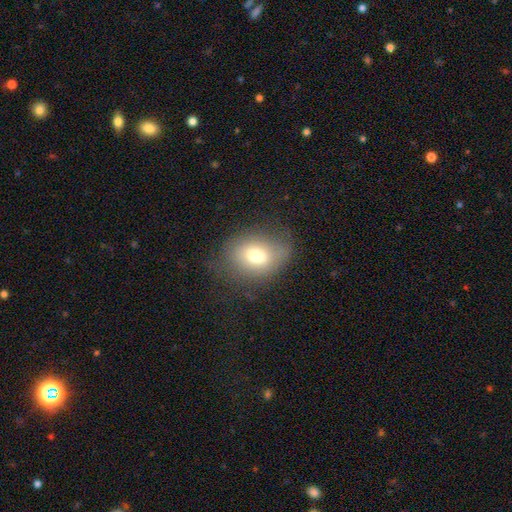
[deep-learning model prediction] The model was most divided on "how rounded": in between: 64%, round: 35%, cigar-shaped: 1%. More confident: smooth or featured — smooth (73%); merging — none (62%).